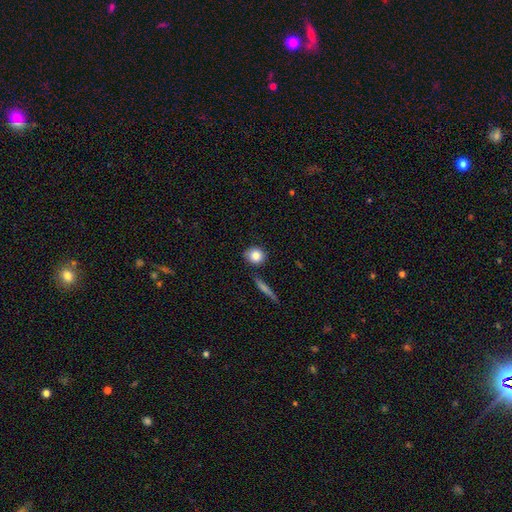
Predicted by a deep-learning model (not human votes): This appears to be a smooth galaxy with no disk features (84%) that is round (81%). Merging: none (81%).